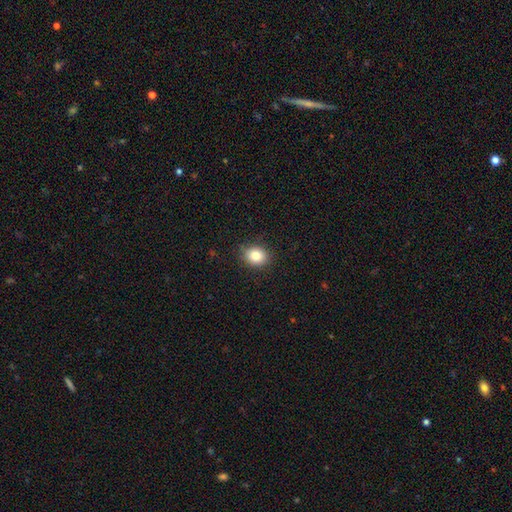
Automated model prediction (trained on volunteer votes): smooth-or-featured: smooth: 82% | star or artifact: 10% | featured or disk: 8%
  how-rounded: round: 61% | in between: 38% | cigar-shaped: 1%
  merging: none: 87% | minor disturbance: 10% | major disturbance: 2% | merger: 1%